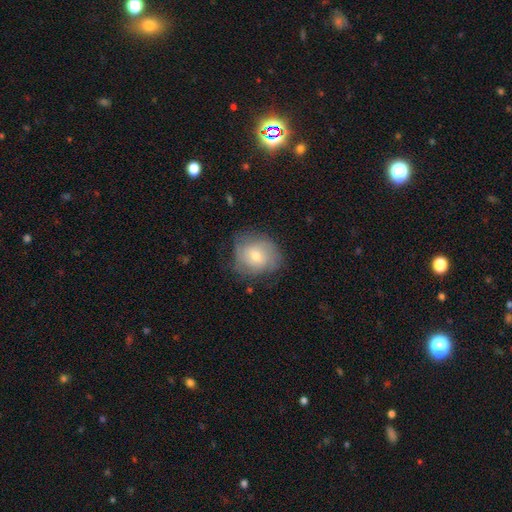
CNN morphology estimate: smooth 49%, featured or disk 43%, star or artifact 8%. Down the decision tree: merging — none (63%).